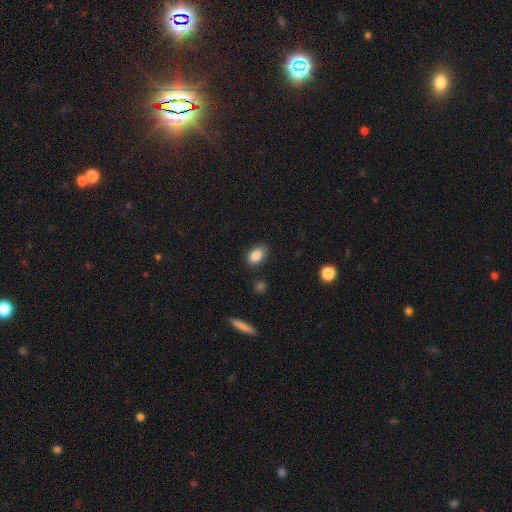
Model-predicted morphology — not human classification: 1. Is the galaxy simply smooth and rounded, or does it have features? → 86% smooth, 8% star or artifact, 6% featured or disk.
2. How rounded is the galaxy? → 83% in between, 15% round, 2% cigar-shaped.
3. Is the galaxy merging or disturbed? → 83% none, 13% minor disturbance, 3% major disturbance, 2% merger.